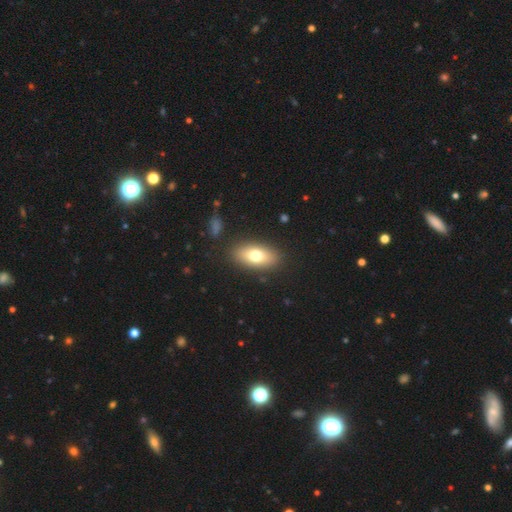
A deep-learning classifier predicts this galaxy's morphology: Smooth or featured? Predicted: smooth (p=0.73). How rounded? Predicted: in between (p=0.87). Merging? Predicted: none (p=0.86).